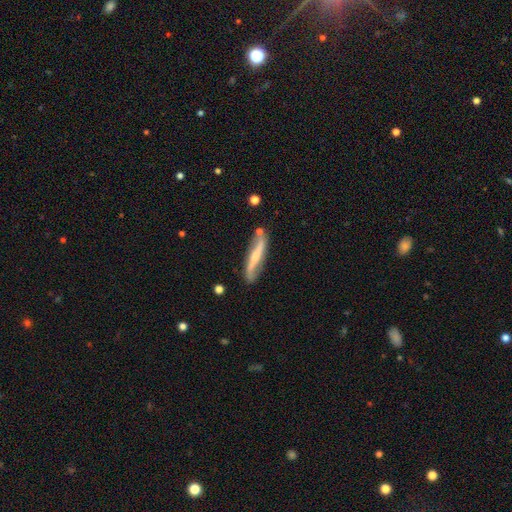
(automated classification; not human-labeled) Smooth or featured? featured or disk (70%)
Edge-on disk? no (52%)
Merging? none (76%)